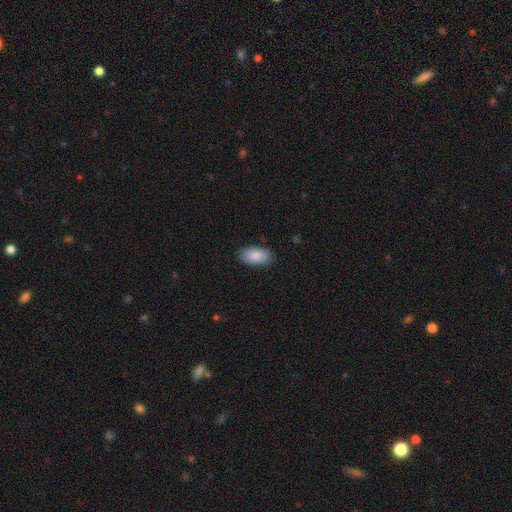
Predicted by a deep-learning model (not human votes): Smooth or featured?
  - smooth: 88% *
  - featured or disk: 6%
  - star or artifact: 6%
How rounded?
  - in between: 94% *
  - cigar-shaped: 4%
  - round: 2%
Merging?
  - none: 86% *
  - minor disturbance: 11%
  - major disturbance: 2%
  - merger: 1%